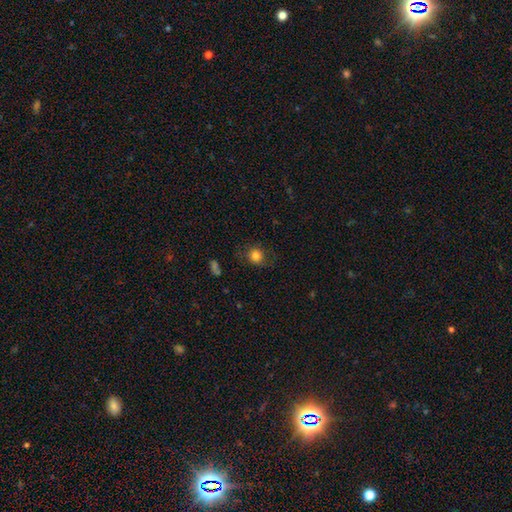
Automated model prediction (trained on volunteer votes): smooth-or-featured: smooth: 82% | star or artifact: 12% | featured or disk: 6%
  how-rounded: round: 83% | in between: 16% | cigar-shaped: 1%
  merging: none: 79% | minor disturbance: 14% | major disturbance: 5% | merger: 1%